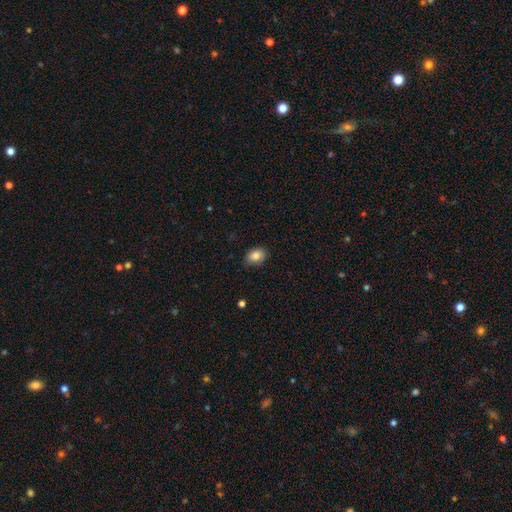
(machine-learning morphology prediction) smooth 86%, star or artifact 8%, featured or disk 6%. Down the decision tree: how rounded — in between (77%); merging — none (78%).